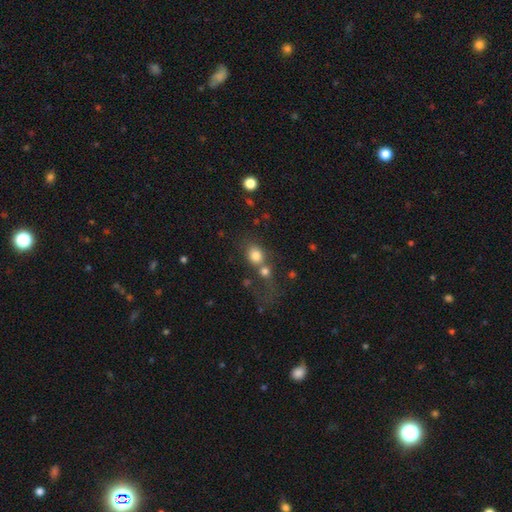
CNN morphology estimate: Overall: smooth (78%). How rounded: round (63%; in between 36%). Merging: merger (46%; none 36%).